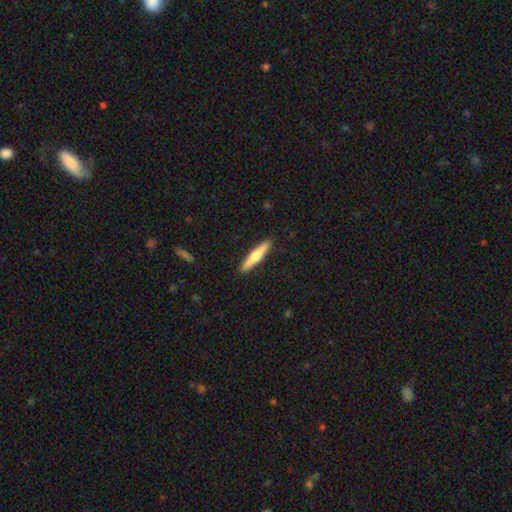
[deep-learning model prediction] A smooth galaxy with no disk features (59%) that is cigar-shaped (90%).

Vote fractions:
- Smooth or featured? smooth: 59% / featured or disk: 36% / star or artifact: 5%
- How rounded? cigar-shaped: 90% / in between: 9% / round: 1%
- Merging? none: 91% / minor disturbance: 6% / major disturbance: 1% / merger: 1%